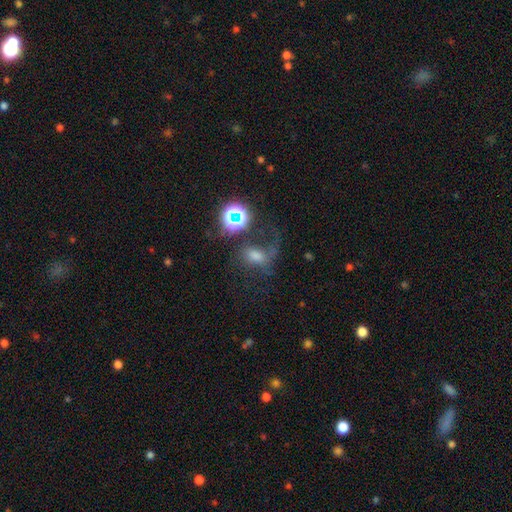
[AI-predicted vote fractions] Smooth or featured?
  - smooth: 42% *
  - featured or disk: 32%
  - star or artifact: 27%
Merging?
  - major disturbance: 40% *
  - none: 33%
  - minor disturbance: 17%
  - merger: 9%